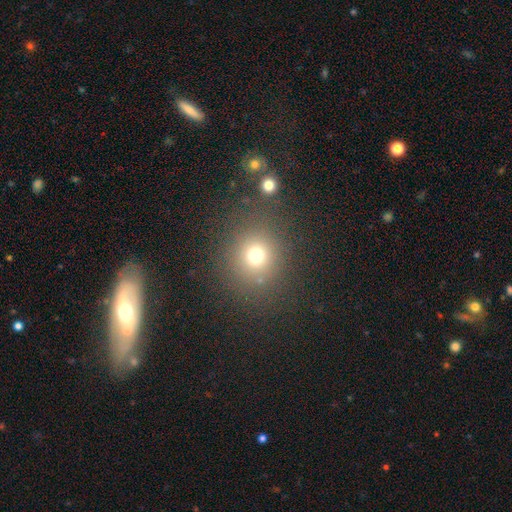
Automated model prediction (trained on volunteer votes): Morphology: type=smooth (72%); roundness=round (85%); merging=none (80%).